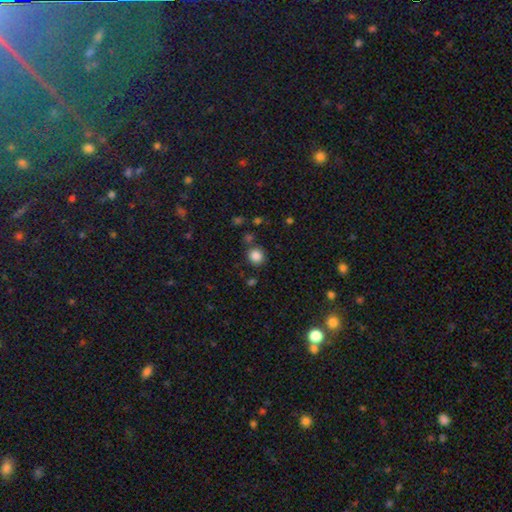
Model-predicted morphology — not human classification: The model was most divided on "merging": none: 82%, minor disturbance: 9%, merger: 6%, major disturbance: 3%. More confident: how rounded — round (87%); smooth or featured — smooth (85%).